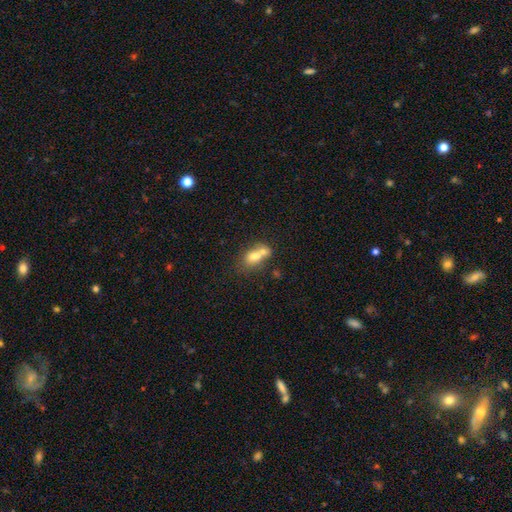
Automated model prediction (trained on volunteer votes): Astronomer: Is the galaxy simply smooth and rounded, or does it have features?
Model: smooth — 67%.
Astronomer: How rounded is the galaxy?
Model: in between — 66%.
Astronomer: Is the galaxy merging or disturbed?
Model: merger — 63%.